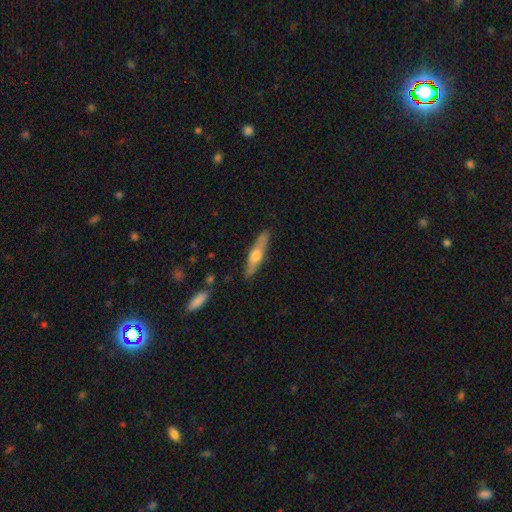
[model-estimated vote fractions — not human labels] Overall: smooth (48%; featured or disk 47%). Merging: none (85%).